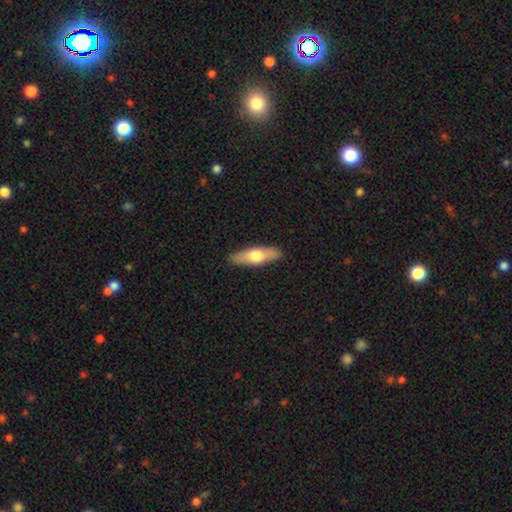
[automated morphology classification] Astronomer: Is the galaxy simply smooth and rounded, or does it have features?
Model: smooth — 58% (runner-up: featured or disk, 37%).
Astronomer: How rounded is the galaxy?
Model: cigar-shaped — 55% (runner-up: in between, 43%).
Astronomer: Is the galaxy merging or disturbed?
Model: none — 89%.